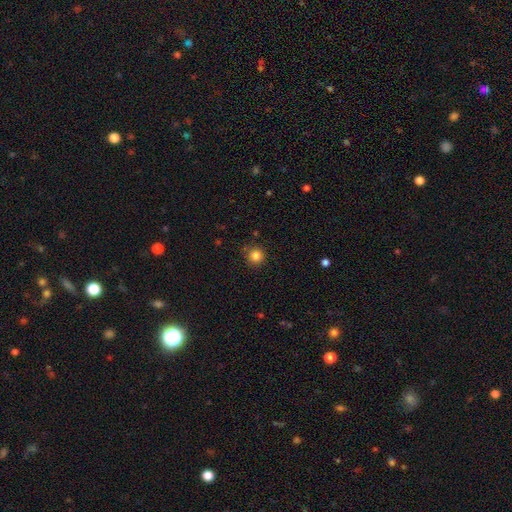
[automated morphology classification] A smooth galaxy with no disk features (84%) that is round (94%). Merging: none (86%).